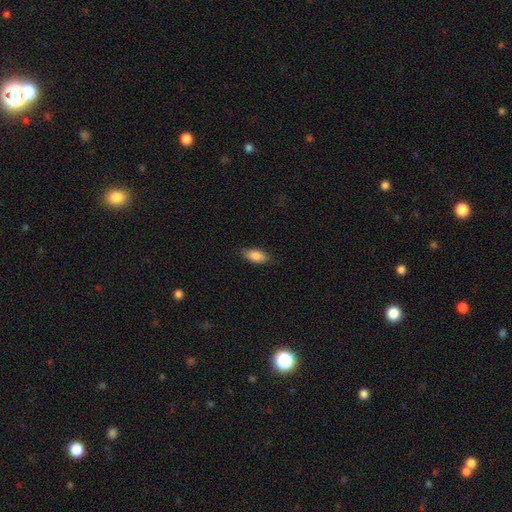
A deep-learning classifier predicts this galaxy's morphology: Smooth or featured?
  - smooth: 87% *
  - star or artifact: 7%
  - featured or disk: 7%
How rounded?
  - in between: 88% *
  - cigar-shaped: 9%
  - round: 3%
Merging?
  - none: 83% *
  - minor disturbance: 14%
  - major disturbance: 3%
  - merger: 1%